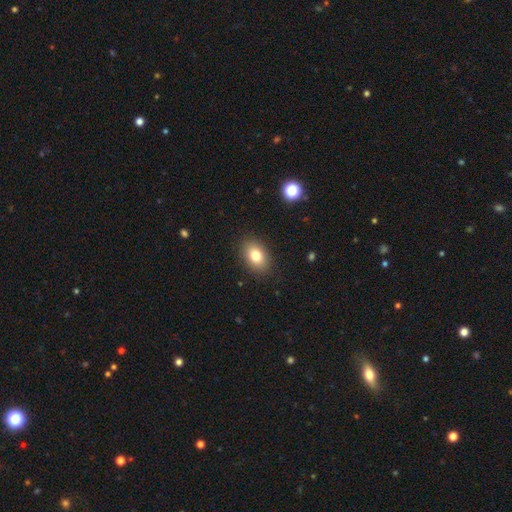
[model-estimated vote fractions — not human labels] Smooth or featured: smooth — 80% (featured or disk — 10%)
How rounded: in between — 80% (round — 19%)
Merging: none — 88% (minor disturbance — 8%)